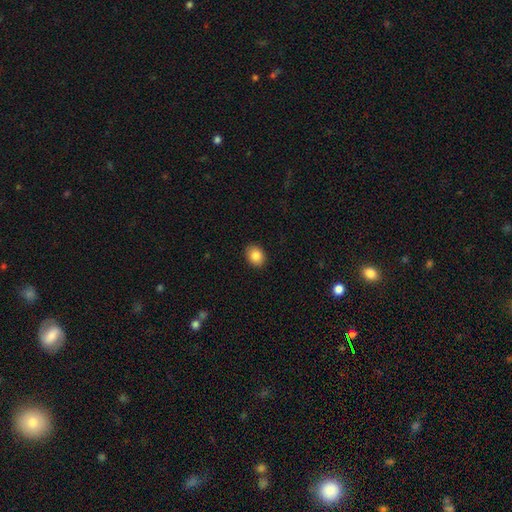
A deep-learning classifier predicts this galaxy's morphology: Overall: smooth (85%). How rounded: in between (54%; round 45%). Merging: none (90%).